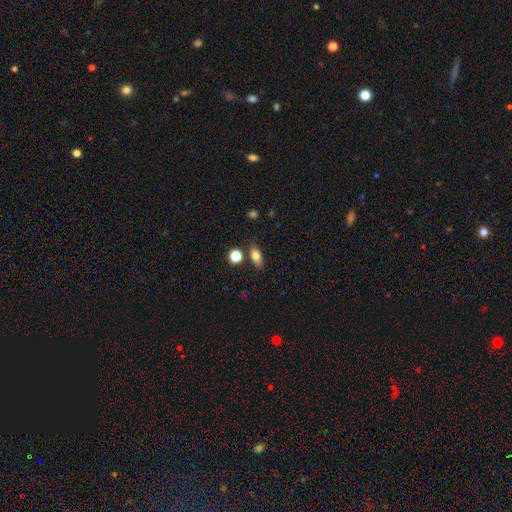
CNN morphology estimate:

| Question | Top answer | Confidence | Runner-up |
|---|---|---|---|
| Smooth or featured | smooth | 73% | featured or disk (16%) |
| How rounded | in between | 75% | round (12%) |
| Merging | none | 78% | minor disturbance (12%) |